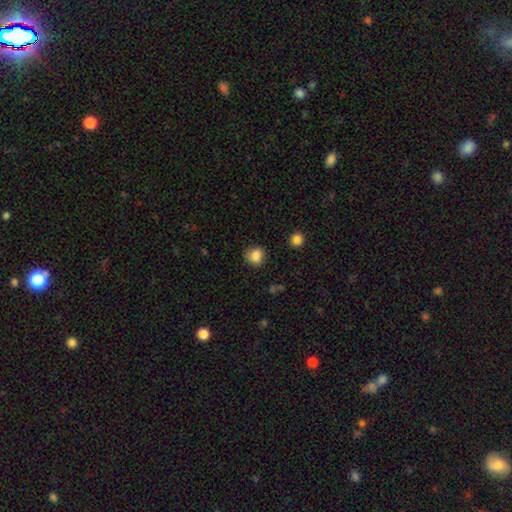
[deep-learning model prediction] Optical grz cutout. It shows a smooth galaxy with no disk features (85%) that is round (78%). Merging: none (82%).